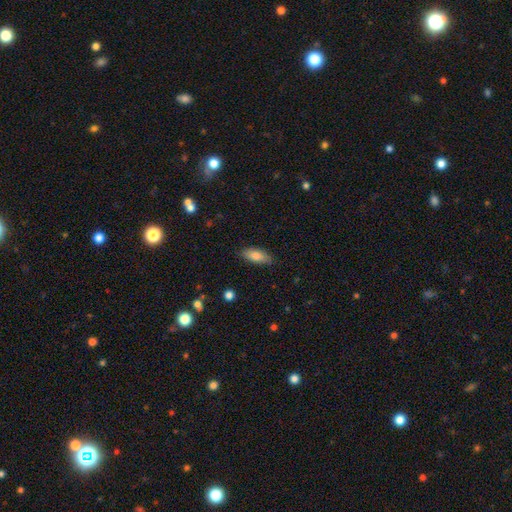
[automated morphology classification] smooth-or-featured: smooth: 81% | featured or disk: 12% | star or artifact: 7%
  how-rounded: in between: 79% | cigar-shaped: 19% | round: 2%
  merging: none: 84% | minor disturbance: 13% | major disturbance: 2% | merger: 1%